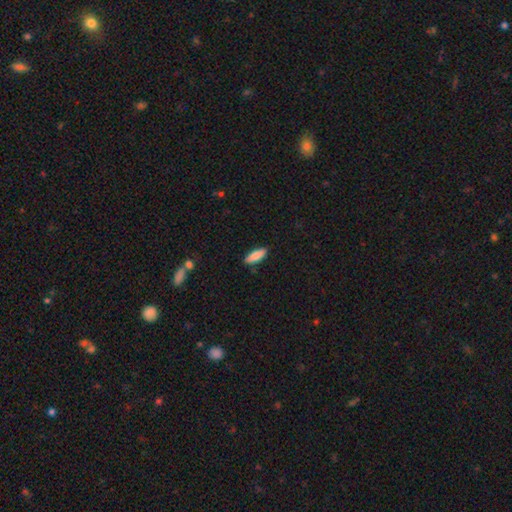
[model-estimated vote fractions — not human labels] This appears to be a smooth galaxy with no disk features (84%) that is in between round and cigar-shaped (57%). Merging: none (87%).